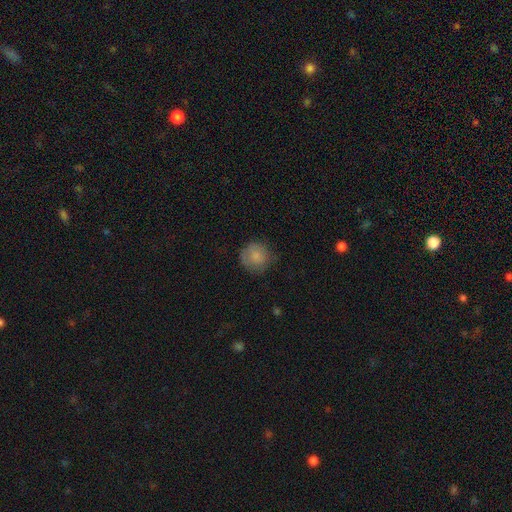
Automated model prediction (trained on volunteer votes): This is clearly a smooth galaxy (81%). How rounded: clearly round (91%). Merging: likely none (71%).